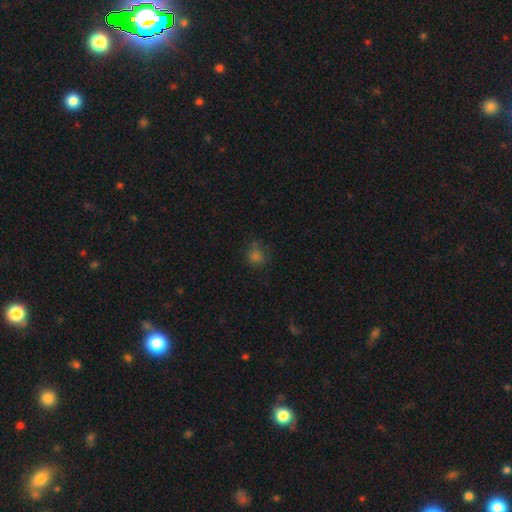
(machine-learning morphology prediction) A smooth galaxy with no disk features (70%) that is round (82%). Merging: none (65%).